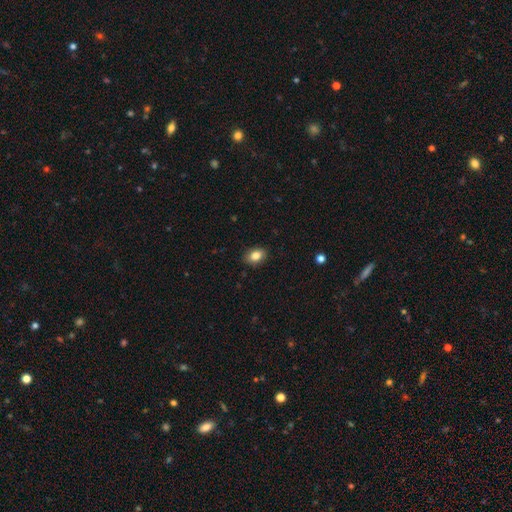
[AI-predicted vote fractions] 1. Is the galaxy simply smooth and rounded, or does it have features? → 84% smooth, 9% star or artifact, 8% featured or disk.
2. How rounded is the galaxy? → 77% in between, 21% round, 1% cigar-shaped.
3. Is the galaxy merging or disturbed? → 88% none, 9% minor disturbance, 2% major disturbance, 1% merger.